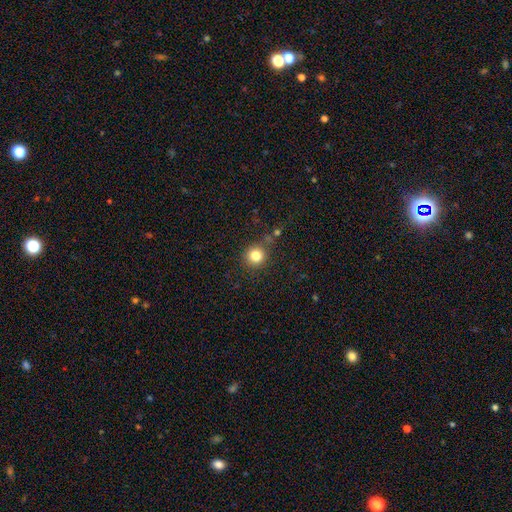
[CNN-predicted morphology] smooth-or-featured: smooth: 82% | star or artifact: 12% | featured or disk: 6%
  how-rounded: round: 93% | in between: 6% | cigar-shaped: 1%
  merging: none: 84% | minor disturbance: 9% | merger: 4% | major disturbance: 3%